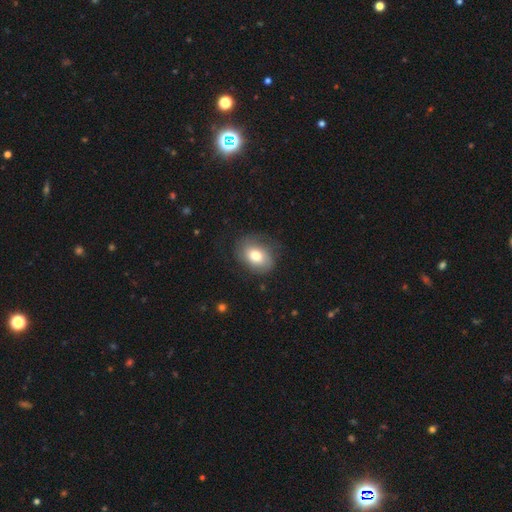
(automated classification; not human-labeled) The model was most divided on "how rounded": in between: 64%, round: 35%, cigar-shaped: 1%. More confident: merging — none (69%); smooth or featured — smooth (65%).